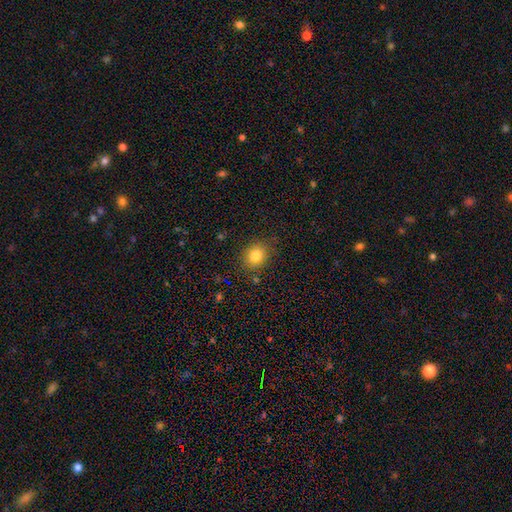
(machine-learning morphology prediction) smooth_or_featured: smooth (p=0.81) [alt: star or artifact p=0.11]
how_rounded: round (p=0.59) [alt: in between p=0.40]
merging: none (p=0.85) [alt: minor disturbance p=0.10]